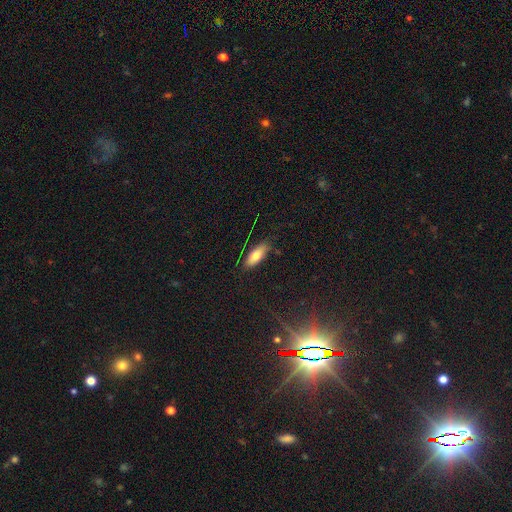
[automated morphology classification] This is likely a smooth galaxy (76%). How rounded: likely in between (71%). Merging: likely none (78%).